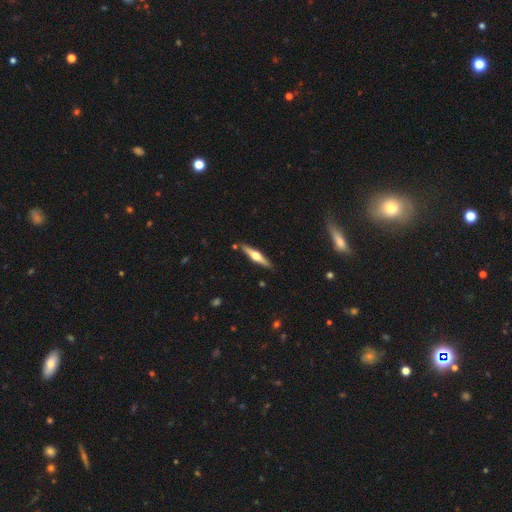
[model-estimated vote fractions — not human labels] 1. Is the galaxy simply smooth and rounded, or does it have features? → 67% featured or disk, 28% smooth, 5% star or artifact.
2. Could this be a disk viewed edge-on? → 97% yes, 3% no.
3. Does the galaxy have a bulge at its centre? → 94% rounded, 4% boxy, 2% none.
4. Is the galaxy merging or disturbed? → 89% none, 8% minor disturbance, 2% merger, 2% major disturbance.